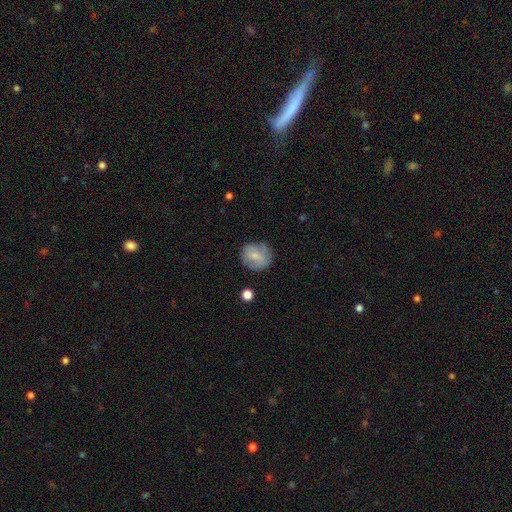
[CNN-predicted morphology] A smooth galaxy with no disk features (72%) that is round (79%). Merging: none (70%).